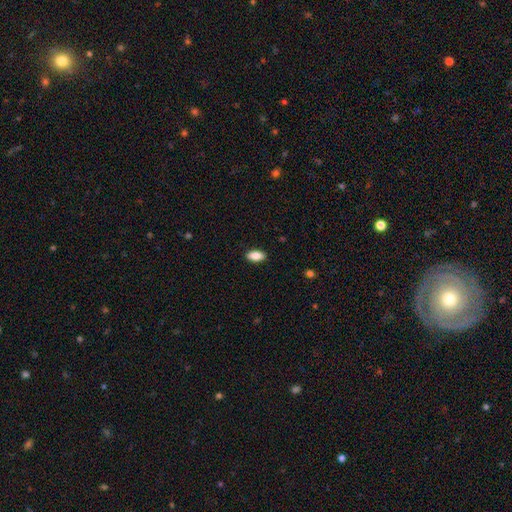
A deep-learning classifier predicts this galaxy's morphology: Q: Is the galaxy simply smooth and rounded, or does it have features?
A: smooth — 88%.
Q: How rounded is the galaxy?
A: in between — 90%.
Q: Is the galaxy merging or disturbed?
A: none — 89%.